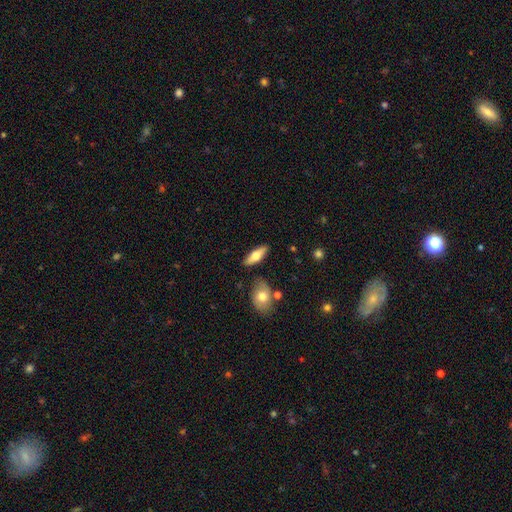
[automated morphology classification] Smooth or featured?
  - smooth: 57% *
  - featured or disk: 37%
  - star or artifact: 6%
How rounded?
  - in between: 61% *
  - cigar-shaped: 36%
  - round: 3%
Merging?
  - none: 83% *
  - minor disturbance: 10%
  - merger: 4%
  - major disturbance: 3%